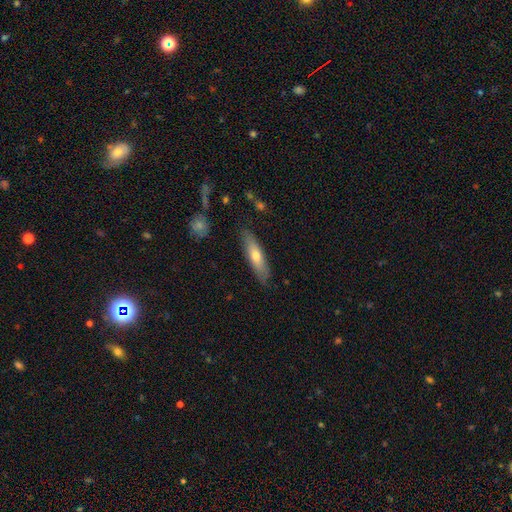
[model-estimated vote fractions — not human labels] Smooth or featured: smooth — 60% (featured or disk — 34%)
How rounded: cigar-shaped — 66% (in between — 32%)
Merging: none — 84% (minor disturbance — 12%)